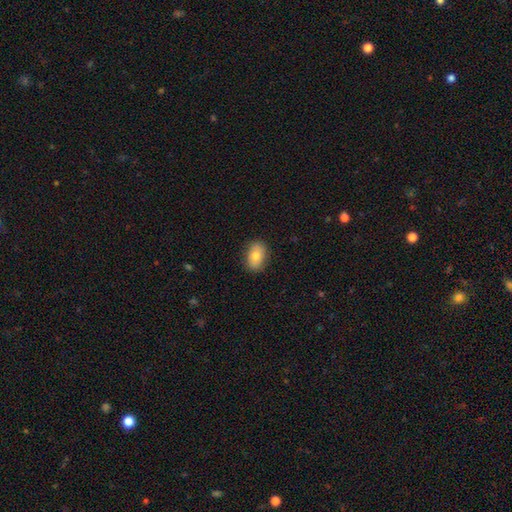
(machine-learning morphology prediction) smooth 78%, featured or disk 14%, star or artifact 7%. Down the decision tree: how rounded — in between (83%); merging — none (86%).